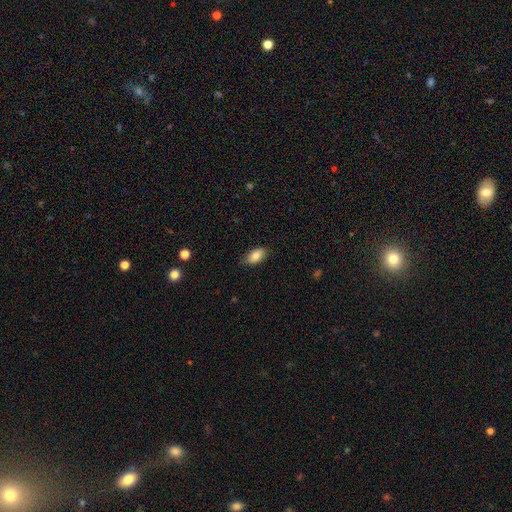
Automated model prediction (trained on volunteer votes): Smooth or featured? Predicted: smooth (p=0.84). How rounded? Predicted: in between (p=0.92). Merging? Predicted: none (p=0.78).